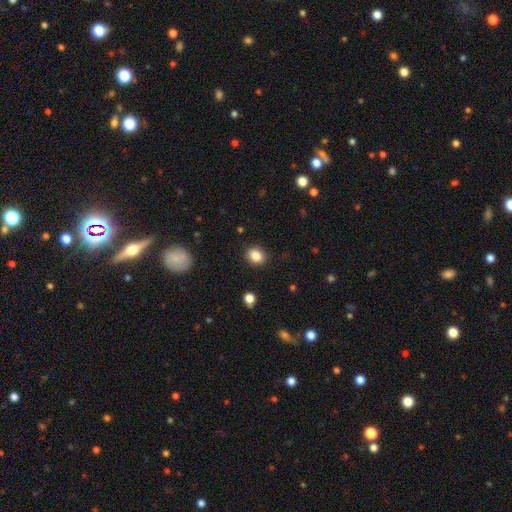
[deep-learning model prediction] smooth_or_featured: smooth (p=0.86) [alt: star or artifact p=0.09]
how_rounded: round (p=0.54) [alt: in between p=0.45]
merging: none (p=0.88) [alt: minor disturbance p=0.08]